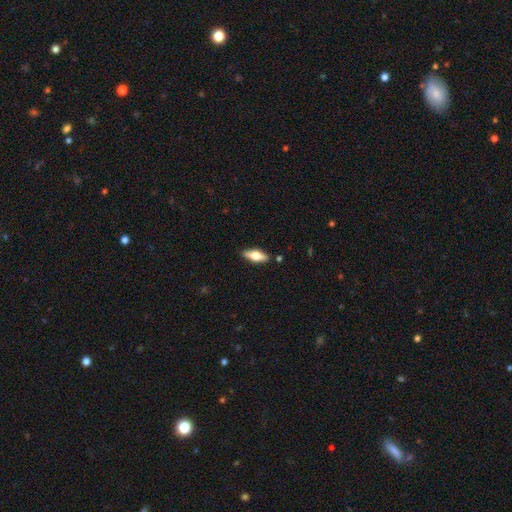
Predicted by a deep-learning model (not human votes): A smooth galaxy with no disk features (52%) that is in between round and cigar-shaped (66%). Merging: none (88%).